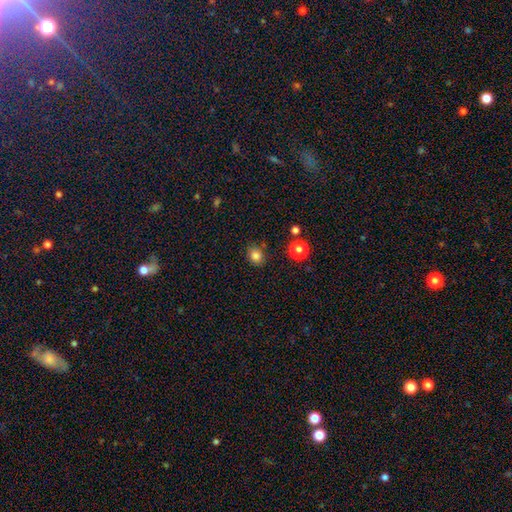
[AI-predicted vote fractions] Smooth or featured? smooth (83%)
How rounded? round (65%)
Merging? none (82%)